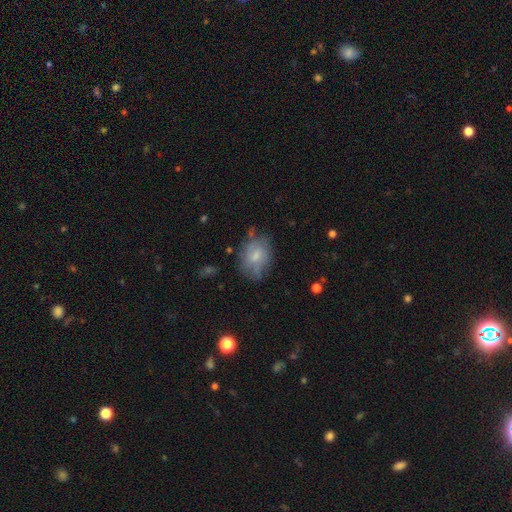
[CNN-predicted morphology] type=smooth (65%); roundness=in between (73%); merging=none (55%).